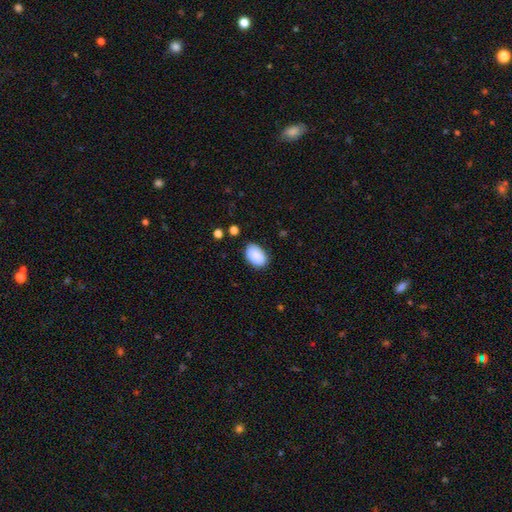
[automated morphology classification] Q: Smooth or featured?
A: smooth (88%); runner-up: star or artifact (7%)
Q: How rounded?
A: in between (88%); runner-up: round (11%)
Q: Merging?
A: none (79%); runner-up: minor disturbance (16%)